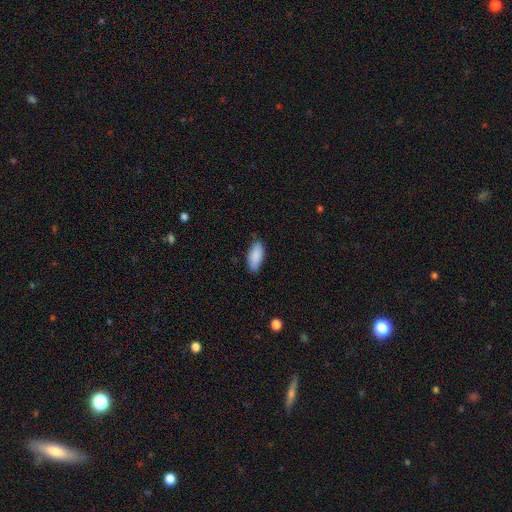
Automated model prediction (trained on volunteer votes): Morphology: type=smooth (88%); roundness=in between (87%); merging=none (80%).